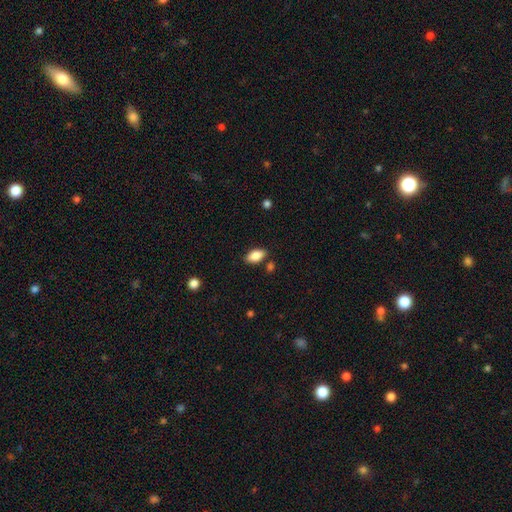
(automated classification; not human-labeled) smooth 85%, featured or disk 8%, star or artifact 7%. Down the decision tree: how rounded — in between (92%); merging — none (82%).